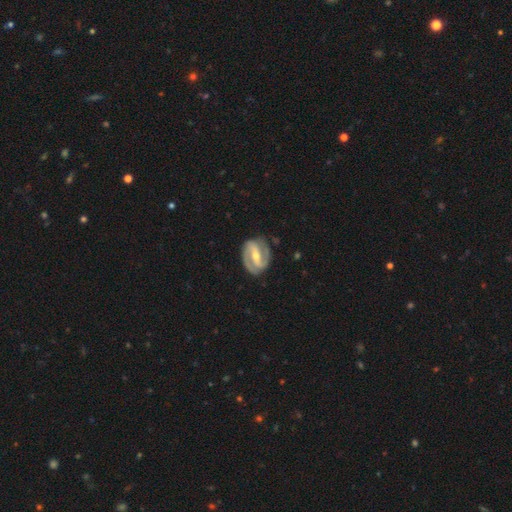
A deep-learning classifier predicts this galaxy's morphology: Q: Smooth or featured?
A: featured or disk (88%); runner-up: smooth (8%)
Q: Edge-on disk?
A: no (97%); runner-up: yes (3%)
Q: Bar?
A: strong (60%); runner-up: weak (29%)
Q: Spiral arms?
A: yes (94%); runner-up: no (6%)
Q: Spiral winding?
A: medium (44%); runner-up: tight (43%)
Q: Spiral arm count?
A: 2 (89%); runner-up: can't tell (4%)
Q: Bulge size?
A: moderate (52%); runner-up: small (44%)
Q: Merging?
A: none (79%); runner-up: minor disturbance (15%)